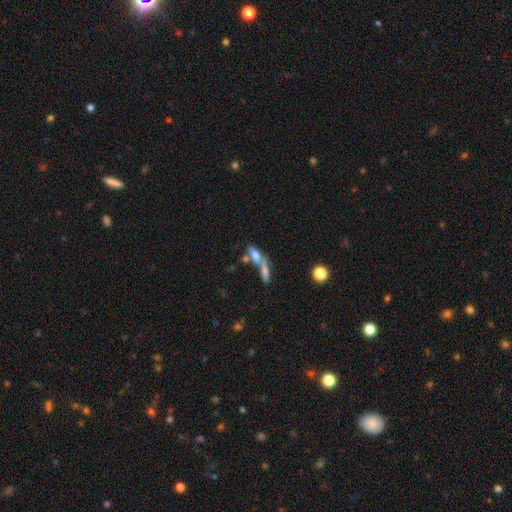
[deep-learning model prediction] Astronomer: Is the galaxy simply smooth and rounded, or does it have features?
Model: smooth — 59%.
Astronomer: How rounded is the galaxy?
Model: in between — 55% (runner-up: cigar-shaped, 39%).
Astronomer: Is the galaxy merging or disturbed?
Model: merger — 52% (runner-up: none, 31%).